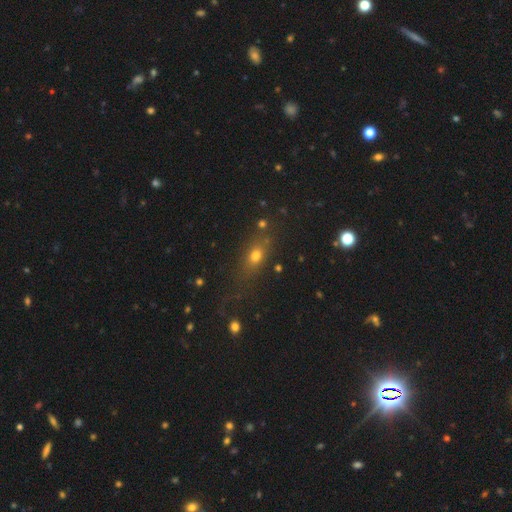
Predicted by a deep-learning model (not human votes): A smooth galaxy with no disk features (64%) that is in between round and cigar-shaped (55%).

Vote fractions:
- Smooth or featured? smooth: 64% / star or artifact: 20% / featured or disk: 16%
- How rounded? in between: 55% / round: 26% / cigar-shaped: 19%
- Merging? none: 68% / minor disturbance: 17% / major disturbance: 10% / merger: 6%